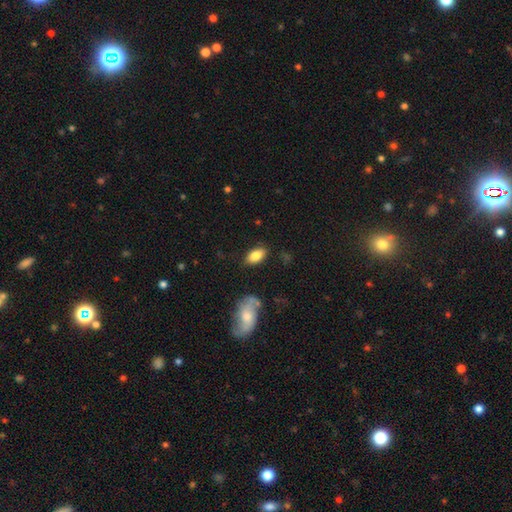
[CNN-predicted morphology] Smooth or featured? Predicted: smooth (p=0.83). How rounded? Predicted: in between (p=0.92). Merging? Predicted: none (p=0.83).